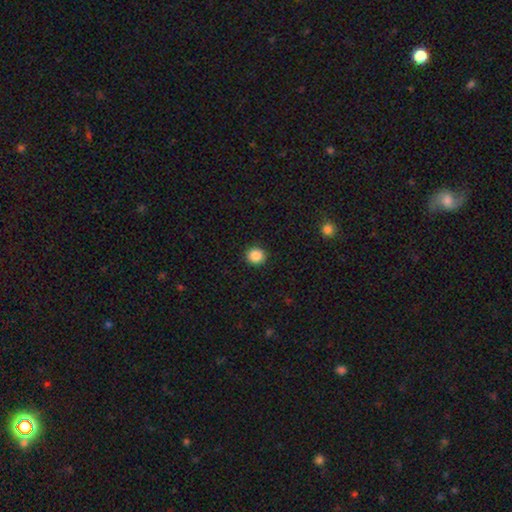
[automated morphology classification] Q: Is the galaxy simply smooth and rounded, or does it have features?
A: smooth — 87%.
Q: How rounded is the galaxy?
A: round — 90%.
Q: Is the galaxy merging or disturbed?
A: none — 92%.